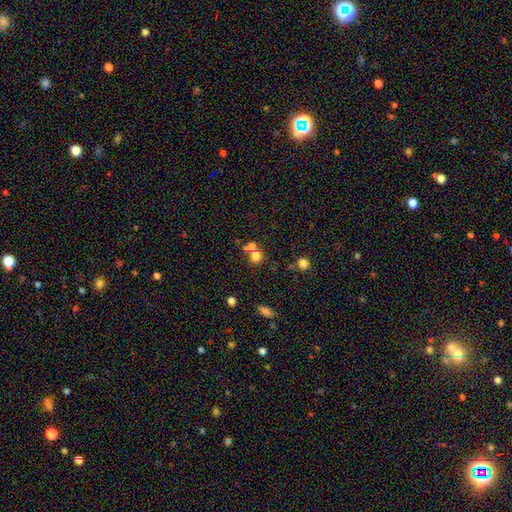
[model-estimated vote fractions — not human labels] Smooth or featured? Predicted: smooth (p=0.73). How rounded? Predicted: round (p=0.80). Merging? Predicted: none (p=0.49).